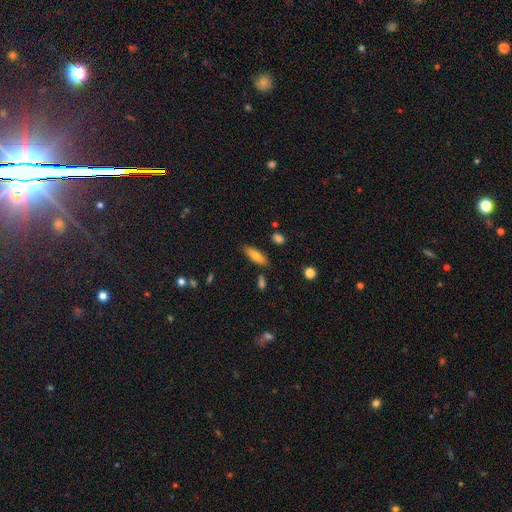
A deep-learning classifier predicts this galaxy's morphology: Overall: smooth (72%). How rounded: in between (58%; cigar-shaped 39%). Merging: none (81%).